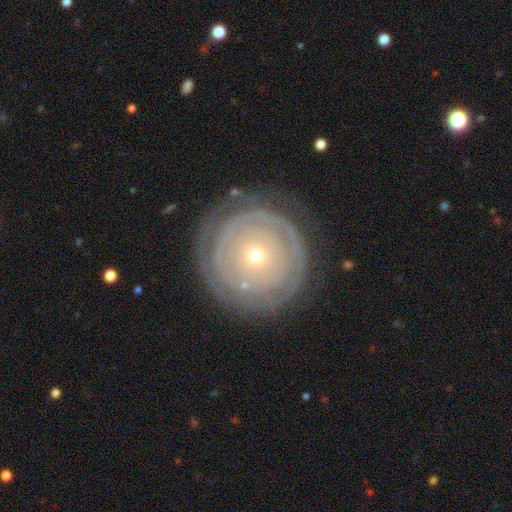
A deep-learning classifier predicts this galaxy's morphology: featured or disk 71%, smooth 23%, star or artifact 6%. Down the decision tree: edge-on disk — no (96%); bar — no (89%); spiral arms — yes (64%); bulge size — small (74%); merging — none (80%).